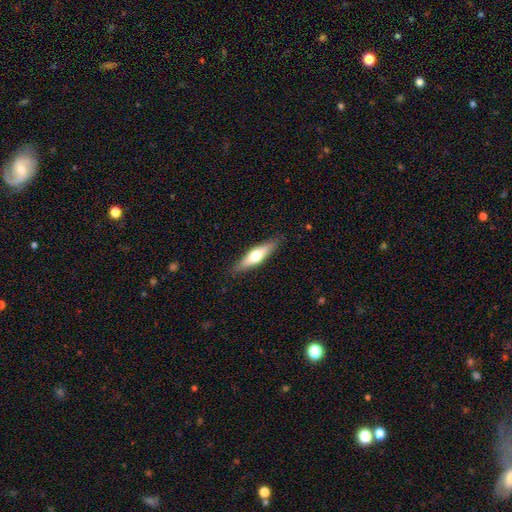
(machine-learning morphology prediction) This is possibly a featured or disk galaxy (49%). Merging: clearly none (88%).